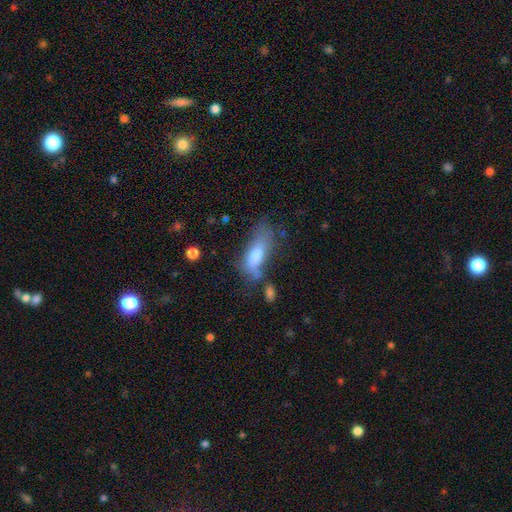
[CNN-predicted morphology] smooth_or_featured: smooth (p=0.69) [alt: featured or disk p=0.22]
how_rounded: in between (p=0.69) [alt: cigar-shaped p=0.29]
merging: none (p=0.37) [alt: minor disturbance p=0.29]